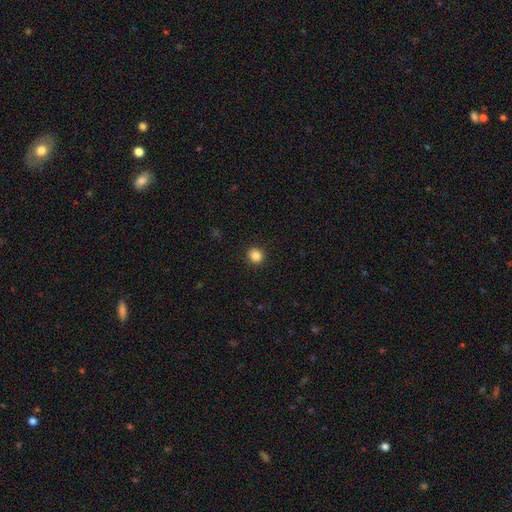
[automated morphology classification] A smooth galaxy with no disk features (85%) that is round (89%).

Vote fractions:
- Smooth or featured? smooth: 85% / star or artifact: 11% / featured or disk: 4%
- How rounded? round: 89% / in between: 10% / cigar-shaped: 1%
- Merging? none: 92% / minor disturbance: 5% / major disturbance: 2% / merger: 1%